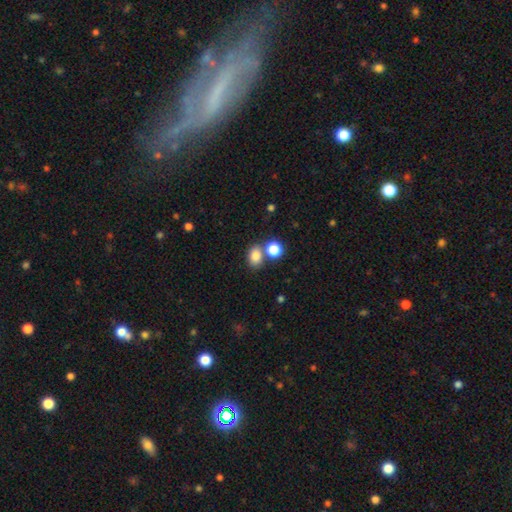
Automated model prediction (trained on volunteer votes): Smooth or featured?
  - smooth: 82% *
  - star or artifact: 11%
  - featured or disk: 6%
How rounded?
  - in between: 67% *
  - round: 32%
  - cigar-shaped: 1%
Merging?
  - none: 61% *
  - merger: 25%
  - minor disturbance: 10%
  - major disturbance: 4%